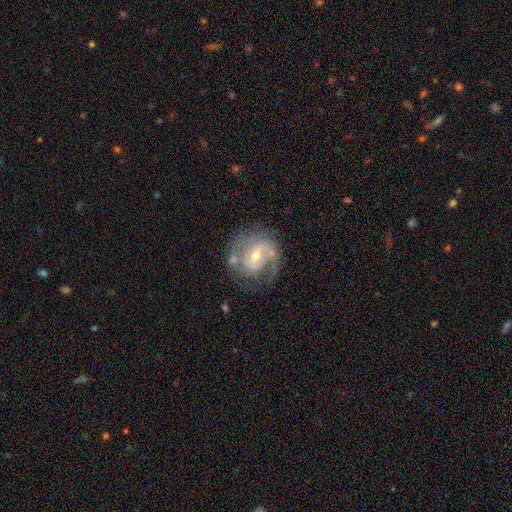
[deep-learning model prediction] Overall: featured or disk (86%). Edge-on disk: no (97%). Bar: no (45%; weak 42%). Spiral arms: yes (92%). Spiral arm count: 2 (62%). Spiral winding: tight (53%; medium 37%). Bulge size: moderate (63%; small 32%). Merging: none (66%).